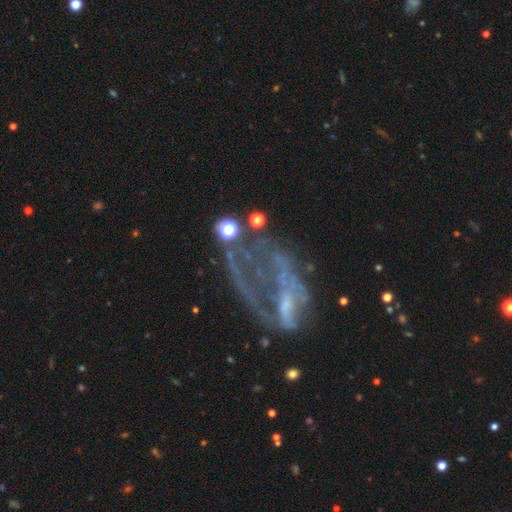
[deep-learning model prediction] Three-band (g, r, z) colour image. It shows a featured or disk galaxy (61%) with no bar (67%), no spiral arms (67%) and no central bulge (53%). Merging: major disturbance (50%).